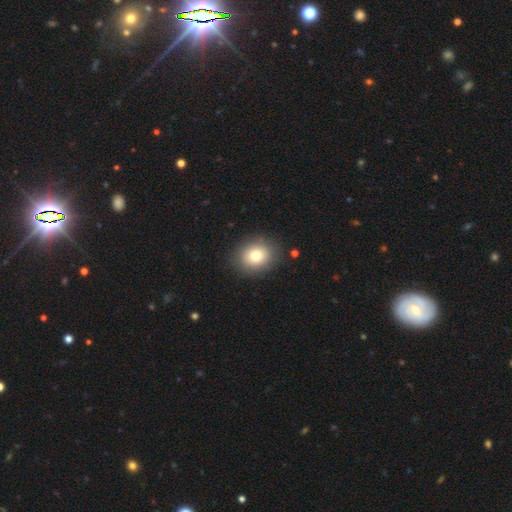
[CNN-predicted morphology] A smooth galaxy with no disk features (79%) that is round (59%). Merging: none (87%).